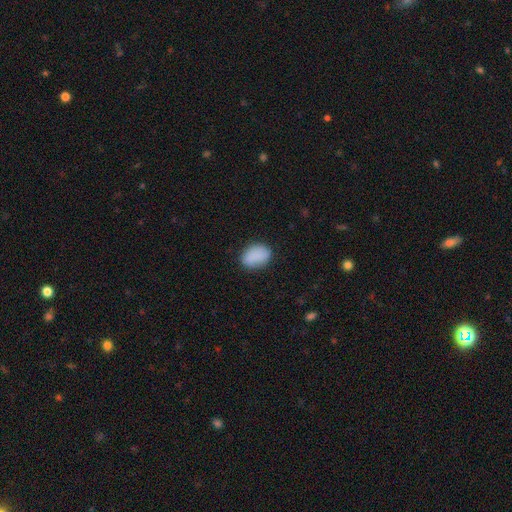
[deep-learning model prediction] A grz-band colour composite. It shows a smooth galaxy with no disk features (87%) that is in between round and cigar-shaped (77%). Merging: none (80%).